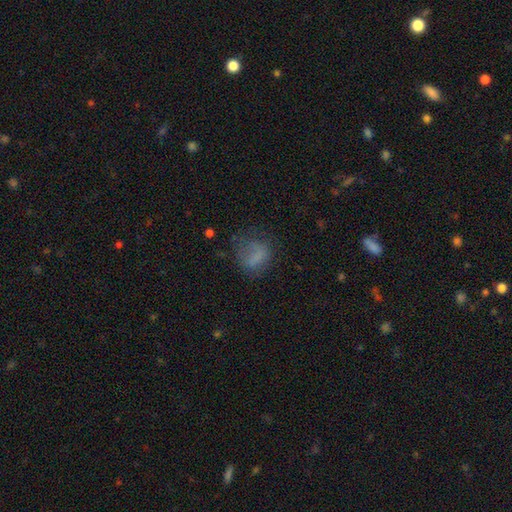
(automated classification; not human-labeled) Morphology: type=smooth (68%); roundness=round (50%); merging=none (47%).